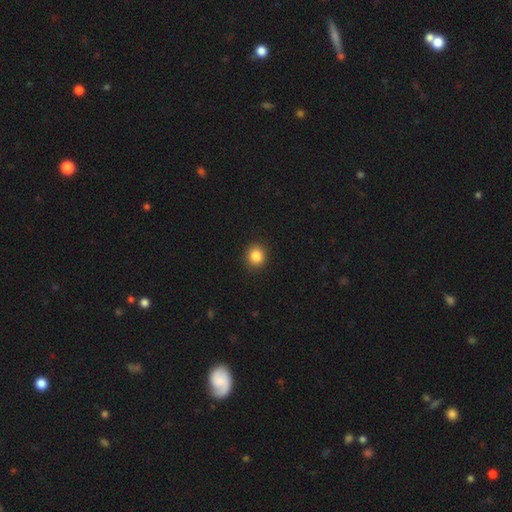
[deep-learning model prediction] Q: Smooth or featured?
A: smooth (86%); runner-up: star or artifact (10%)
Q: How rounded?
A: round (86%); runner-up: in between (14%)
Q: Merging?
A: none (91%); runner-up: minor disturbance (7%)